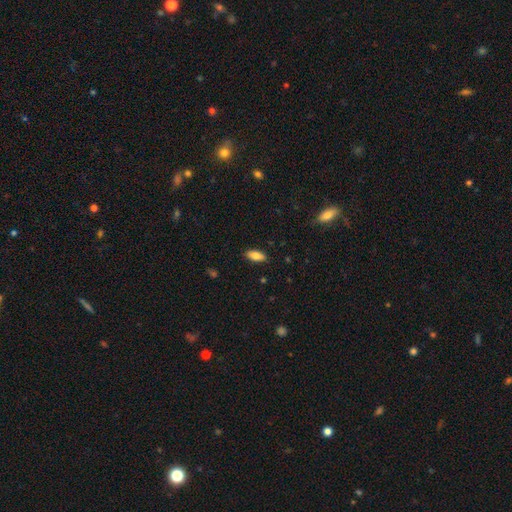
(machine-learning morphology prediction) This appears to be a smooth galaxy with no disk features (82%) that is in between round and cigar-shaped (85%). Merging: none (88%).